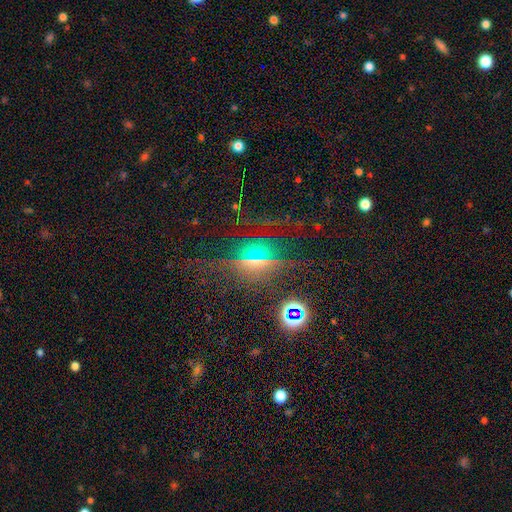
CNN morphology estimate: Smooth or featured: star or artifact — 58% (featured or disk — 26%)